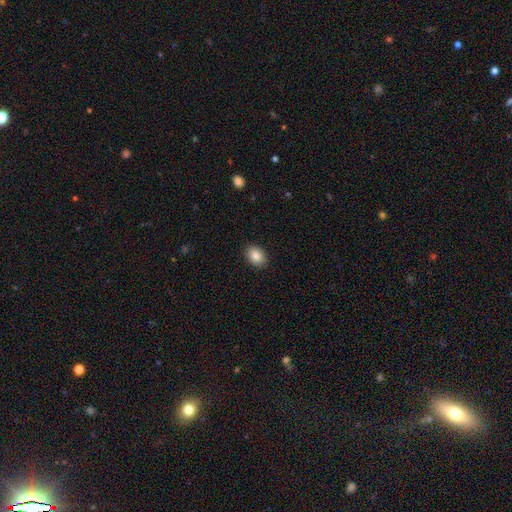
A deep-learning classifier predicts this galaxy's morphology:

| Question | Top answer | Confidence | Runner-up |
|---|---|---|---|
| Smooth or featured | smooth | 86% | star or artifact (8%) |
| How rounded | in between | 76% | round (23%) |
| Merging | none | 90% | minor disturbance (7%) |